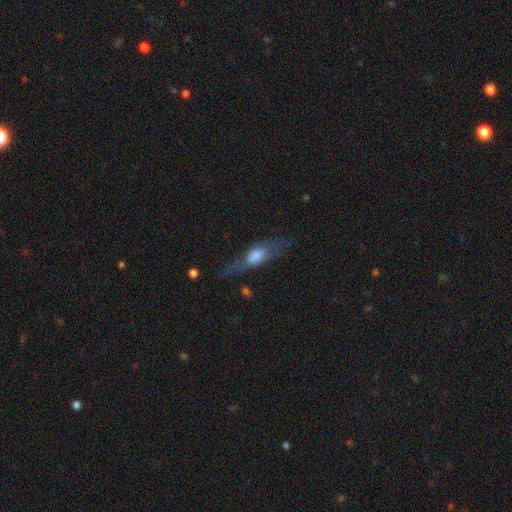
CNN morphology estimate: A featured or disk galaxy (46%).

Vote fractions:
- Smooth or featured? featured or disk: 46% / smooth: 45% / star or artifact: 9%
- Merging? none: 56% / minor disturbance: 22% / major disturbance: 19% / merger: 3%